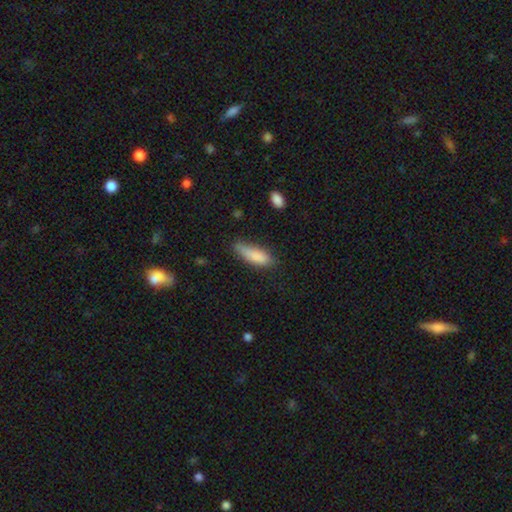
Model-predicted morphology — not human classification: Smooth or featured? smooth (84%)
How rounded? in between (52%)
Merging? none (51%)